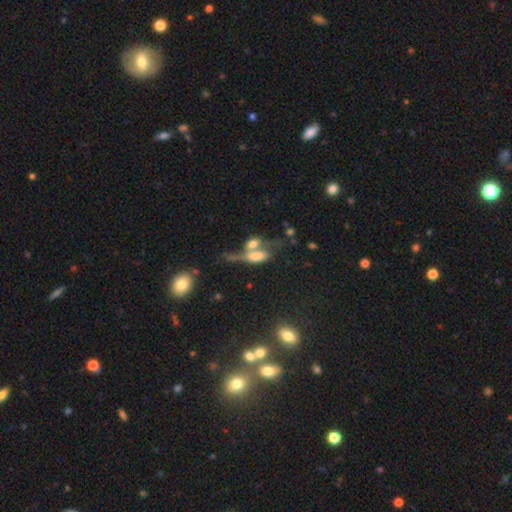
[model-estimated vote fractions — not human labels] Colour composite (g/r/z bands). It shows a smooth galaxy with no disk features (52%) that is in between round and cigar-shaped (73%). Merging: merger (58%).